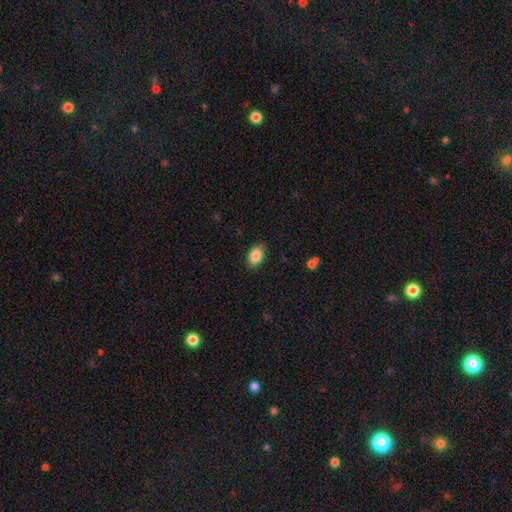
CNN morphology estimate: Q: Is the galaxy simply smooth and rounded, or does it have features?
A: smooth — 87%.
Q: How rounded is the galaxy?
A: in between — 88%.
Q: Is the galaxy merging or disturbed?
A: none — 86%.